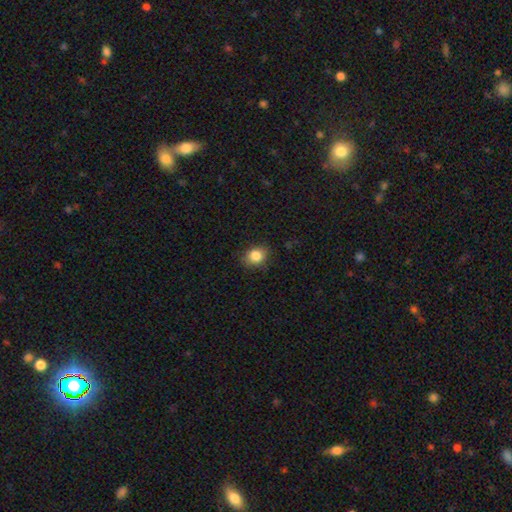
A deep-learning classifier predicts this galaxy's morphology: This is clearly a smooth galaxy (84%). How rounded: possibly round (60%). Merging: clearly none (83%).